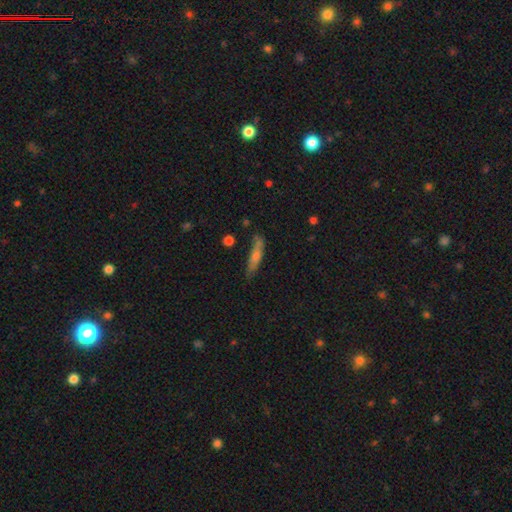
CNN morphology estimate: Q: Smooth or featured?
A: smooth (56%); runner-up: featured or disk (35%)
Q: How rounded?
A: cigar-shaped (85%); runner-up: in between (12%)
Q: Merging?
A: none (70%); runner-up: minor disturbance (21%)